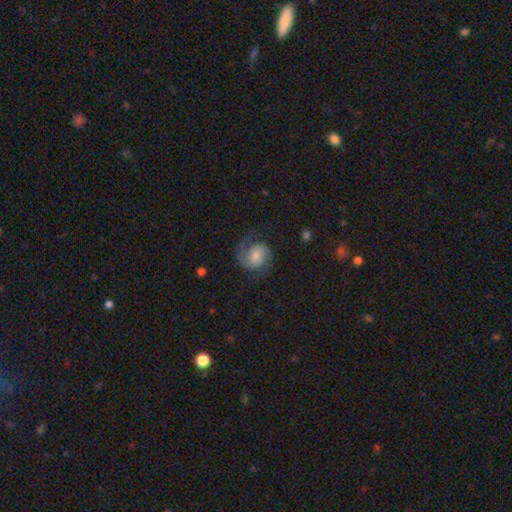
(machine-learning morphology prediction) Smooth or featured?
  - featured or disk: 81% *
  - smooth: 12%
  - star or artifact: 7%
Edge-on disk?
  - no: 98% *
  - yes: 2%
Bar?
  - no: 52% *
  - weak: 38%
  - strong: 9%
Spiral arms?
  - yes: 97% *
  - no: 3%
Spiral winding?
  - medium: 54% *
  - loose: 26%
  - tight: 20%
Spiral arm count?
  - 2: 92% *
  - can't tell: 2%
  - 1: 2%
  - 3: 1%
  - 4: 1%
  - more than 4: 1%
Bulge size?
  - moderate: 40% *
  - small: 37%
  - large: 12%
  - none: 8%
  - dominant: 3%
Merging?
  - none: 75% *
  - minor disturbance: 14%
  - major disturbance: 10%
  - merger: 1%